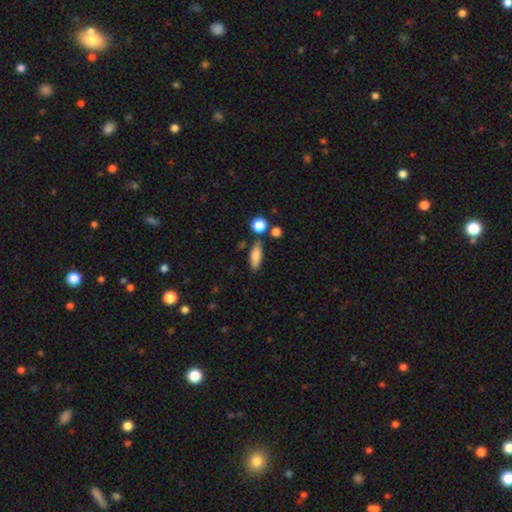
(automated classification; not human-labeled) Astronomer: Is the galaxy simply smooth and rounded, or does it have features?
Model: smooth — 80%.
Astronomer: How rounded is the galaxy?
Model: in between — 66%.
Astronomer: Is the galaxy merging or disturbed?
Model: none — 74%.